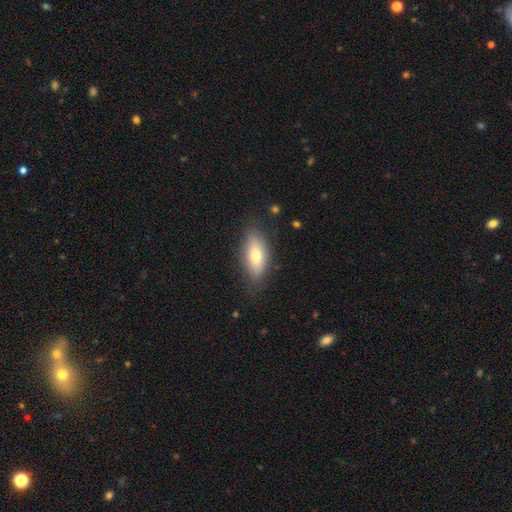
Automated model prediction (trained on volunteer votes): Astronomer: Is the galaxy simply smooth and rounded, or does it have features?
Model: smooth — 71%.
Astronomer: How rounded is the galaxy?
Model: in between — 83%.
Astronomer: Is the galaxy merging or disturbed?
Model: none — 80%.